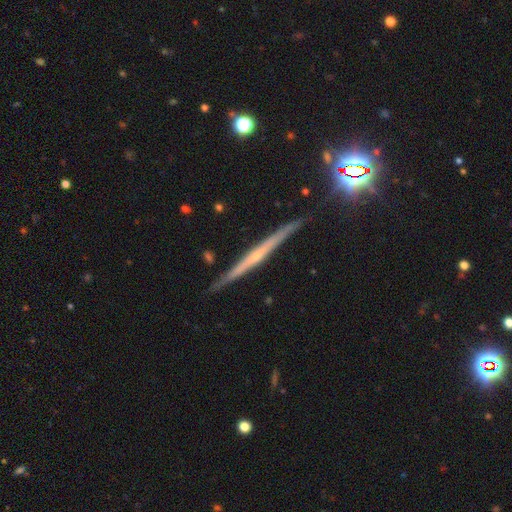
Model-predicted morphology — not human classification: Overall: featured or disk (73%). Edge-on disk: yes (98%). Edge-on bulge: none (49%; rounded 45%). Merging: none (89%).